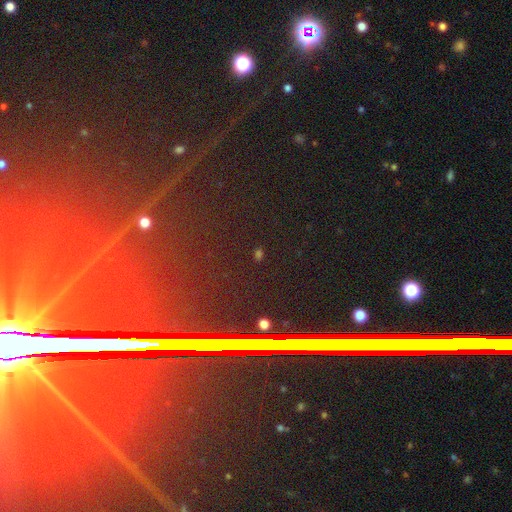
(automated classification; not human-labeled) Q: Smooth or featured?
A: star or artifact (82%); runner-up: smooth (9%)